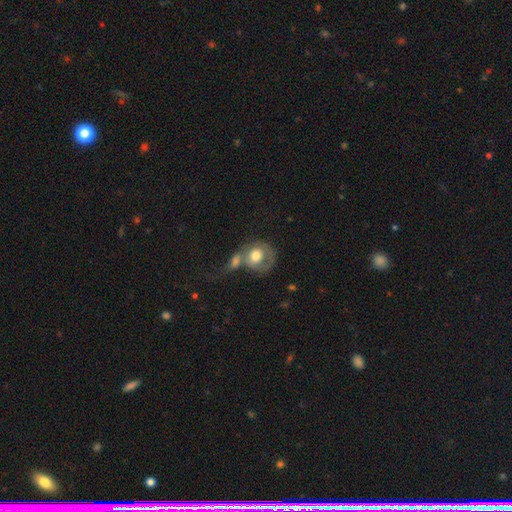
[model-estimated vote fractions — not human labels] Smooth or featured? Predicted: smooth (p=0.53). How rounded? Predicted: round (p=0.73). Merging? Predicted: merger (p=0.50).